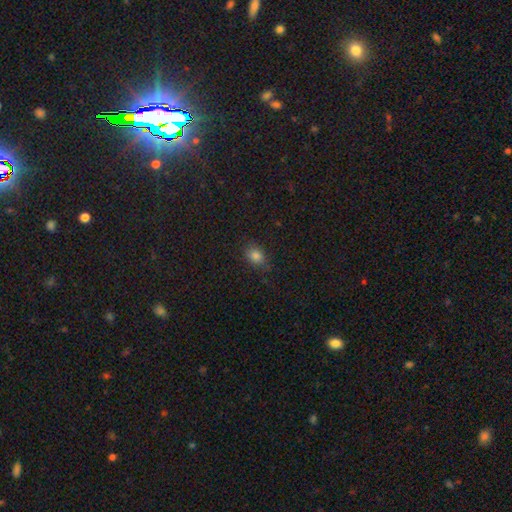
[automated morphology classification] Smooth or featured? smooth (81%)
How rounded? in between (68%)
Merging? none (78%)